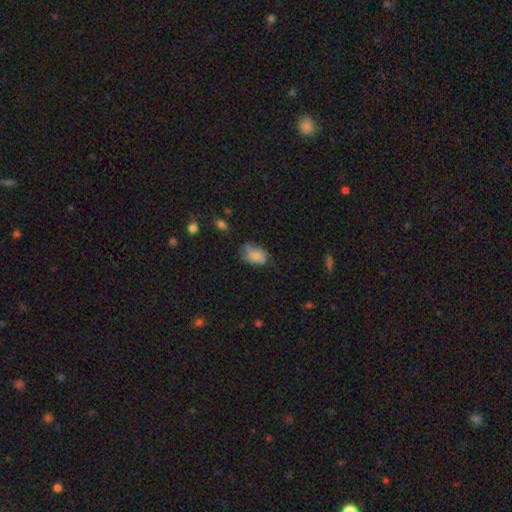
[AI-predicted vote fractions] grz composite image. It shows a smooth galaxy with no disk features (74%) that is in between round and cigar-shaped (83%). Merging: none (49%).